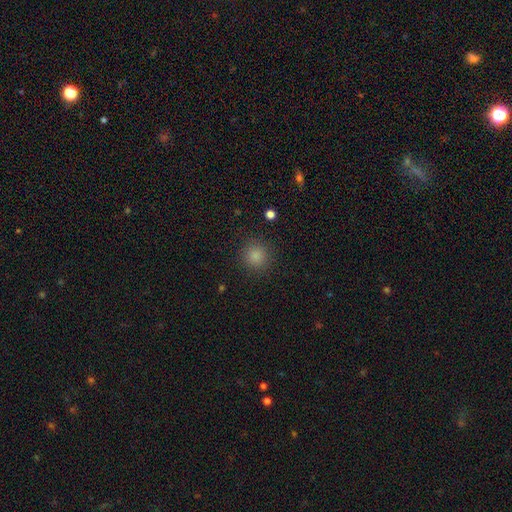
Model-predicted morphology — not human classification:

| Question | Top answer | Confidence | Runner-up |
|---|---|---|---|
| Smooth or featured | smooth | 84% | star or artifact (12%) |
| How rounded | round | 91% | in between (8%) |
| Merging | none | 89% | minor disturbance (7%) |